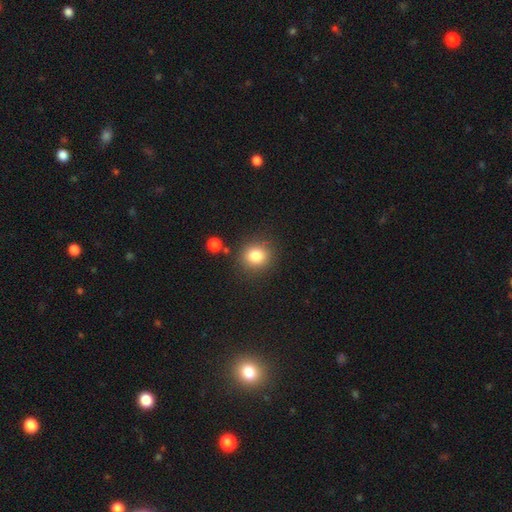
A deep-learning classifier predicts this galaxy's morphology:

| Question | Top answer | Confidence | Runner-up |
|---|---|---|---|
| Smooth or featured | smooth | 82% | star or artifact (11%) |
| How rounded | round | 85% | in between (14%) |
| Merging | none | 84% | minor disturbance (9%) |